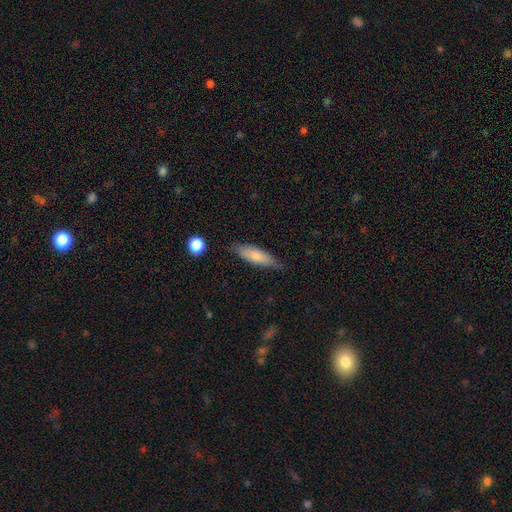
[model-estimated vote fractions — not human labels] A smooth galaxy with no disk features (73%) that is cigar-shaped (55%). Merging: none (75%).